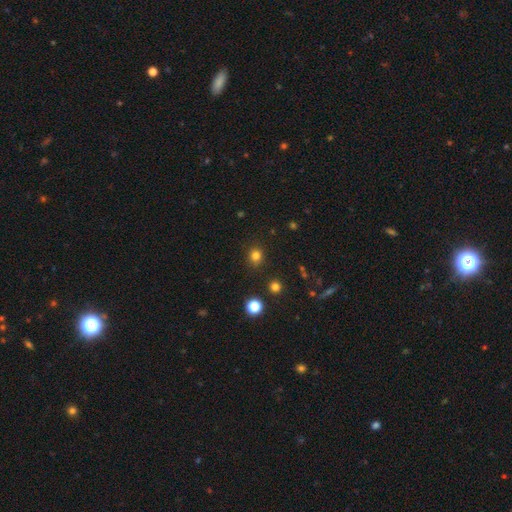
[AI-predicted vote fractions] Smooth or featured? Predicted: smooth (p=0.80). How rounded? Predicted: round (p=0.85). Merging? Predicted: none (p=0.89).